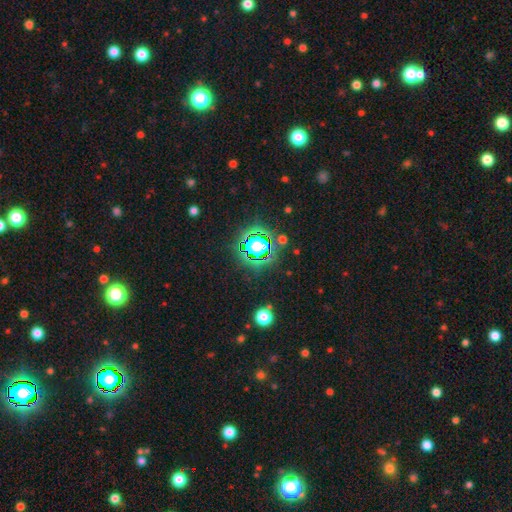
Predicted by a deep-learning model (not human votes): A star or artifact, not a galaxy (82%).